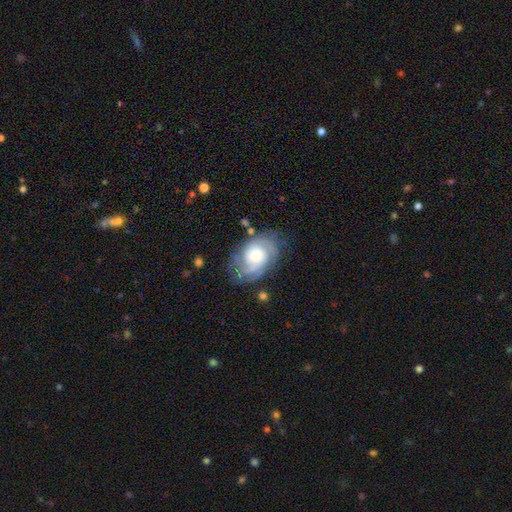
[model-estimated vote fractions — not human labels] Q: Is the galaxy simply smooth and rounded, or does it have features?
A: featured or disk — 67%.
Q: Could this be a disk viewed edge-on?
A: no — 97%.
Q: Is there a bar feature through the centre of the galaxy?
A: no — 70%.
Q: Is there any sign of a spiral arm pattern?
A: yes — 89%.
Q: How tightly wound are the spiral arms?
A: tight — 43%.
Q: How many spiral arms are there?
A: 2 — 38%.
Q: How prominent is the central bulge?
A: large — 43%.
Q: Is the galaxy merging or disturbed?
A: none — 60%.